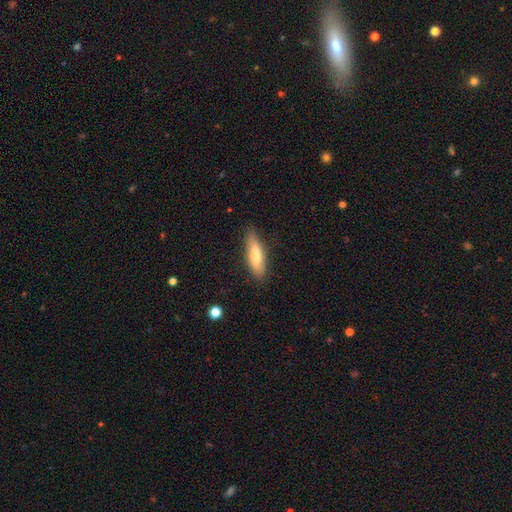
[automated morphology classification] A smooth galaxy with no disk features (65%) that is cigar-shaped (64%).

Vote fractions:
- Smooth or featured? smooth: 65% / featured or disk: 28% / star or artifact: 6%
- How rounded? cigar-shaped: 64% / in between: 34% / round: 2%
- Merging? none: 83% / minor disturbance: 13% / major disturbance: 3% / merger: 1%